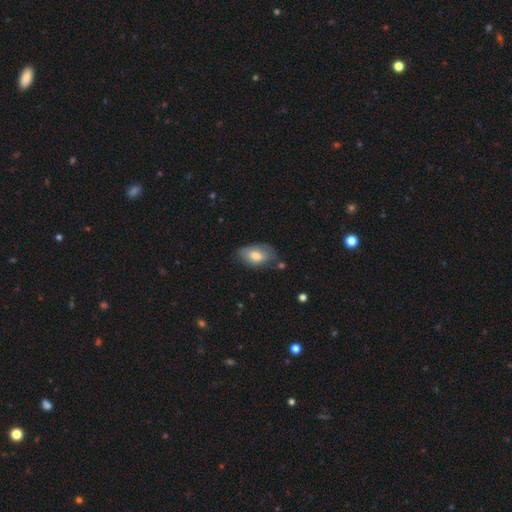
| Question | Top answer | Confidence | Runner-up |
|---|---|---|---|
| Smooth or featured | smooth | 73% | featured or disk (24%) |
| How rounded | in between | 89% | round (7%) |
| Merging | minor disturbance | 42% | none (39%) |